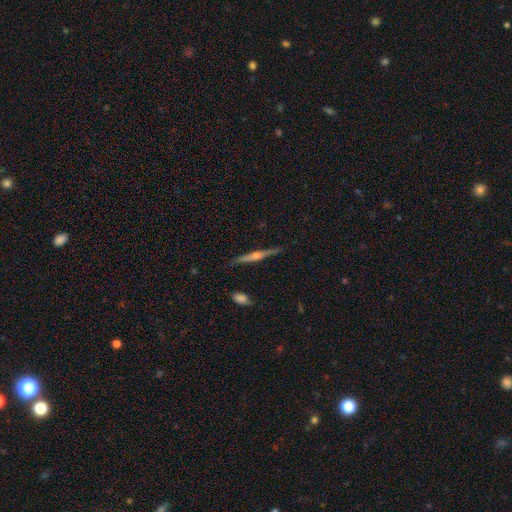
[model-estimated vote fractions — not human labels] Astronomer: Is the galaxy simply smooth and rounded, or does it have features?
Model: featured or disk — 78%.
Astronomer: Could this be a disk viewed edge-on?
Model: yes — 98%.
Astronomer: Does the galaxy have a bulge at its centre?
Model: rounded — 85%.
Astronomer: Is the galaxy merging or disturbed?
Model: none — 89%.